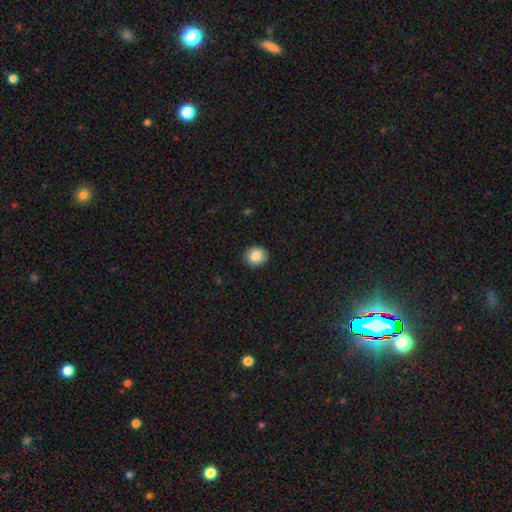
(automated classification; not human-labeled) A smooth galaxy with no disk features (85%) that is round (78%).

Vote fractions:
- Smooth or featured? smooth: 85% / star or artifact: 8% / featured or disk: 6%
- How rounded? round: 78% / in between: 21% / cigar-shaped: 1%
- Merging? none: 88% / minor disturbance: 9% / major disturbance: 2% / merger: 1%